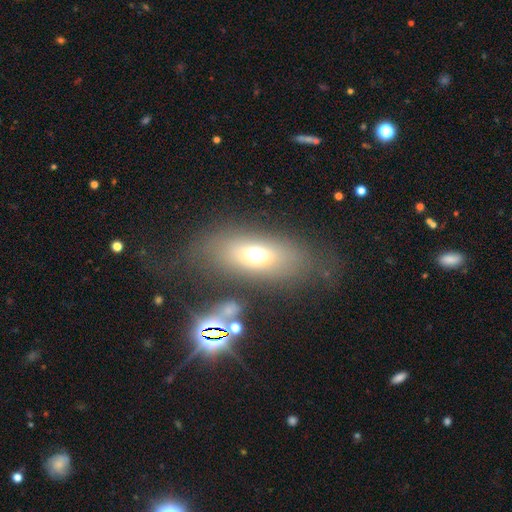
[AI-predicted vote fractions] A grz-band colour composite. It shows a smooth galaxy with no disk features (63%) that is in between round and cigar-shaped (77%). Merging: none (70%).